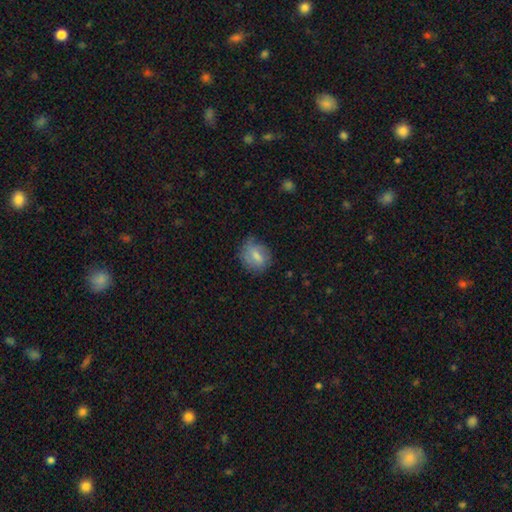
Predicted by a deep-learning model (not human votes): The model was most divided on "how rounded": round: 56%, in between: 42%, cigar-shaped: 2%. More confident: smooth or featured — smooth (66%); merging — none (64%).